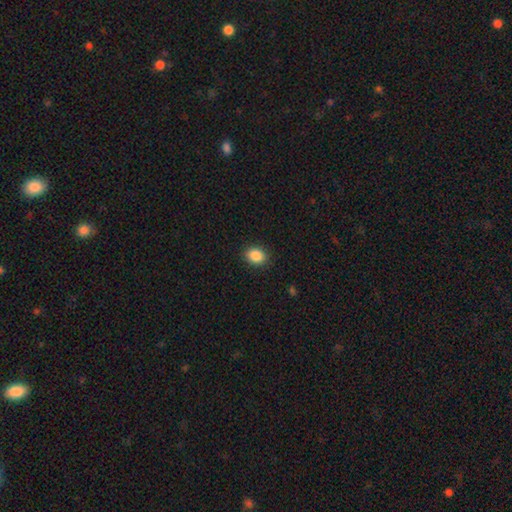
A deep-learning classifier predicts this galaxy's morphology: Smooth or featured?
  - smooth: 88% *
  - star or artifact: 9%
  - featured or disk: 3%
How rounded?
  - in between: 56% *
  - round: 43%
  - cigar-shaped: 1%
Merging?
  - none: 90% *
  - minor disturbance: 7%
  - major disturbance: 2%
  - merger: 1%